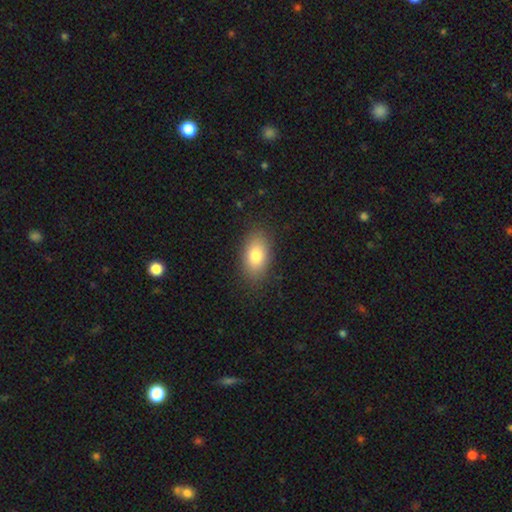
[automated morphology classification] smooth_or_featured: smooth (p=0.79) [alt: featured or disk p=0.13]
how_rounded: in between (p=0.91) [alt: round p=0.07]
merging: none (p=0.85) [alt: minor disturbance p=0.11]